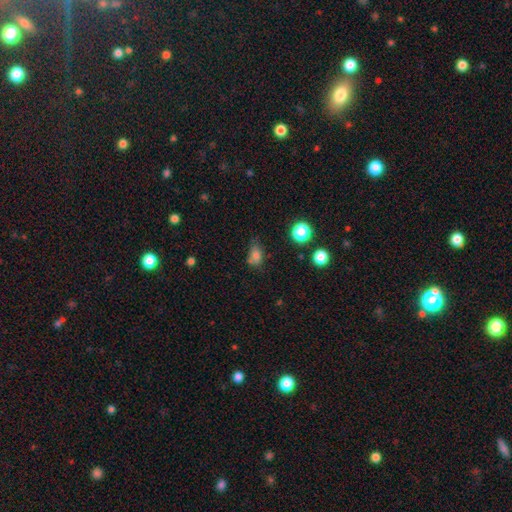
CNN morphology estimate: Q: Smooth or featured?
A: smooth (74%); runner-up: star or artifact (16%)
Q: How rounded?
A: in between (68%); runner-up: round (30%)
Q: Merging?
A: none (53%); runner-up: minor disturbance (29%)